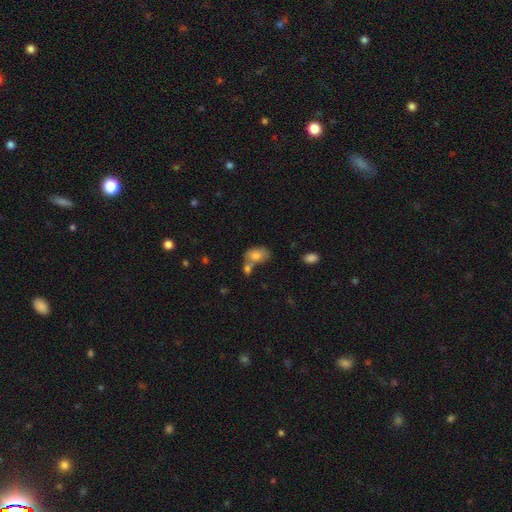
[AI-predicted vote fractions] The model was most divided on "merging": merger: 40%, none: 36%, minor disturbance: 17%, major disturbance: 7%. More confident: how rounded — in between (84%); smooth or featured — smooth (76%).